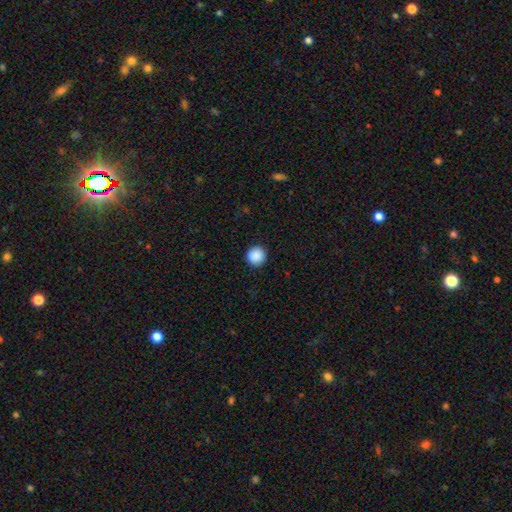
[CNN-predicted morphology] smooth 90%, star or artifact 8%, featured or disk 2%. Down the decision tree: how rounded — round (96%); merging — none (93%).